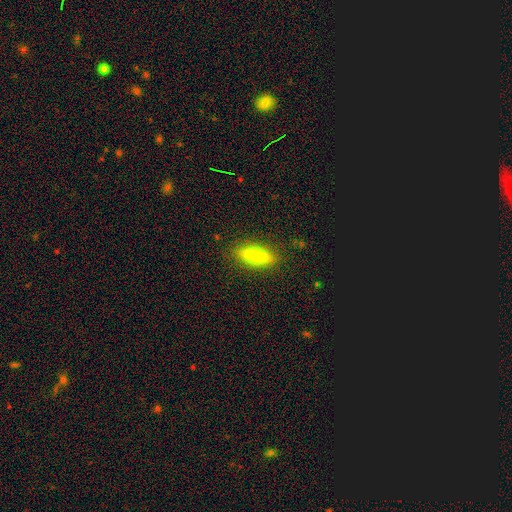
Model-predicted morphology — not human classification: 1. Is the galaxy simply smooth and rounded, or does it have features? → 60% smooth, 33% featured or disk, 7% star or artifact.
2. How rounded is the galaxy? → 51% cigar-shaped, 46% in between, 3% round.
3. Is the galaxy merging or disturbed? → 88% none, 9% minor disturbance, 2% major disturbance, 1% merger.